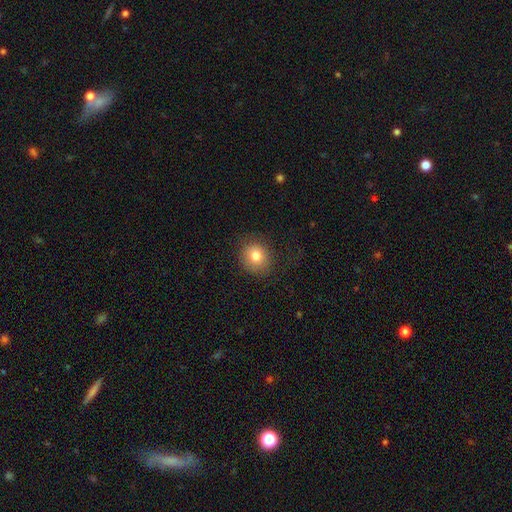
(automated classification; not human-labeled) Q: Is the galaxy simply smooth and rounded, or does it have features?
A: smooth — 79%.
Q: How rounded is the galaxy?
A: round — 85%.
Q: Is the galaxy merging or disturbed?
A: none — 82%.